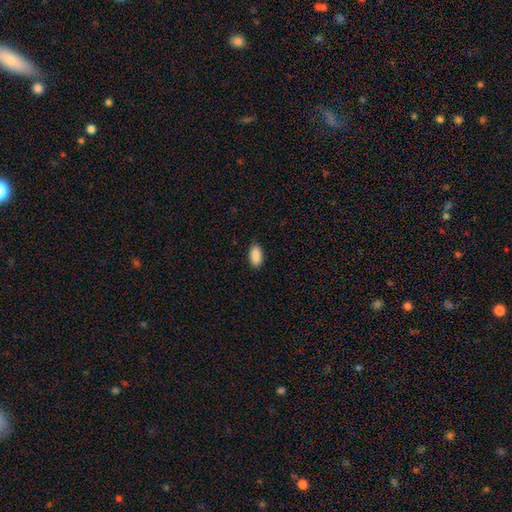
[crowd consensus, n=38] This is clearly a smooth galaxy (100%). How rounded: clearly in between (84%). Merging: clearly none (92%).